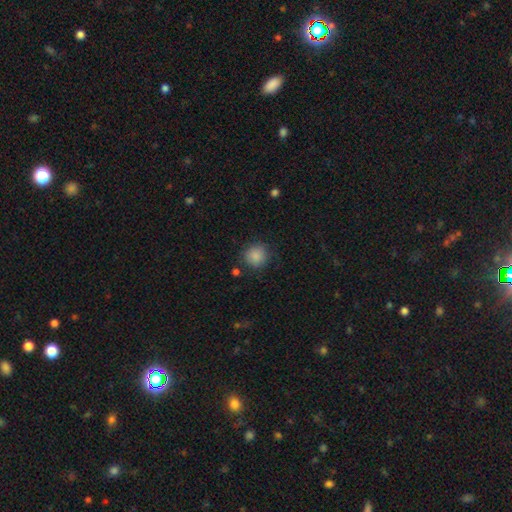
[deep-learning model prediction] Morphology: type=smooth (86%); roundness=round (90%); merging=none (83%).